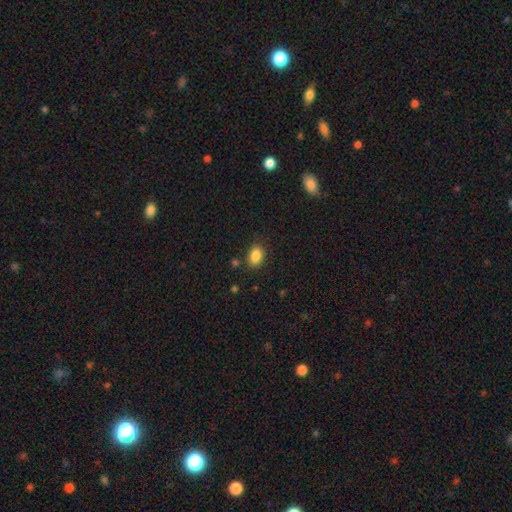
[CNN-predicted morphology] Smooth or featured: smooth — 85% (star or artifact — 9%)
How rounded: in between — 78% (round — 20%)
Merging: none — 82% (minor disturbance — 12%)